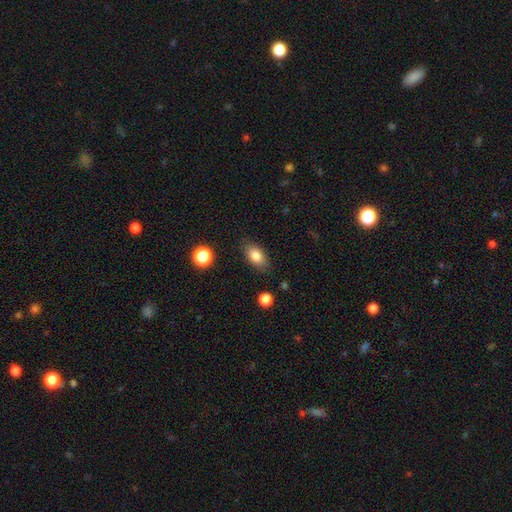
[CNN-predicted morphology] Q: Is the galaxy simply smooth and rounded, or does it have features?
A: smooth — 83%.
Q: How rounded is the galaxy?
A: in between — 88%.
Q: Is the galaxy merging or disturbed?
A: none — 84%.